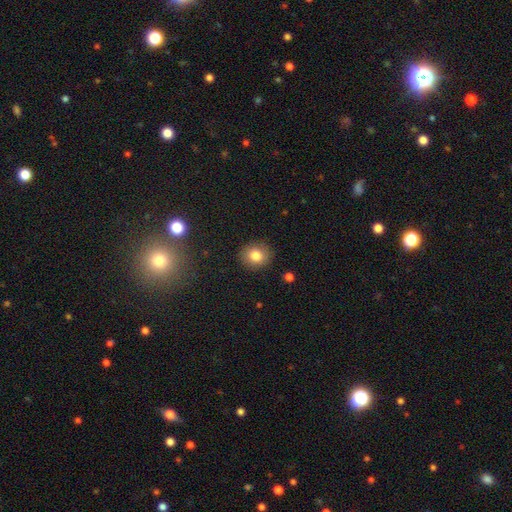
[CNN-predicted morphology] smooth 81%, star or artifact 11%, featured or disk 8%. Down the decision tree: how rounded — round (81%); merging — none (89%).